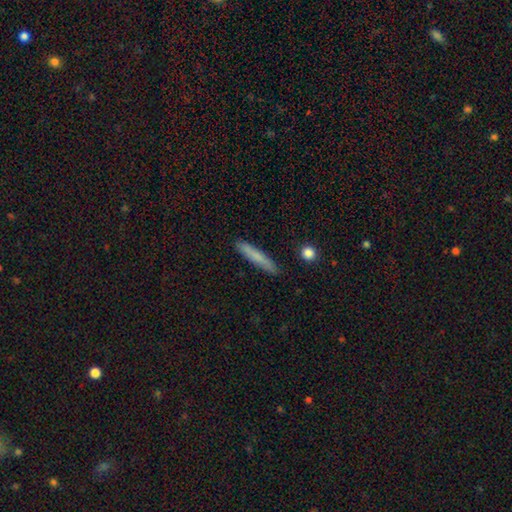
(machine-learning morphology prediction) Q: Smooth or featured?
A: smooth (76%); runner-up: featured or disk (18%)
Q: How rounded?
A: cigar-shaped (93%); runner-up: in between (6%)
Q: Merging?
A: none (88%); runner-up: minor disturbance (9%)